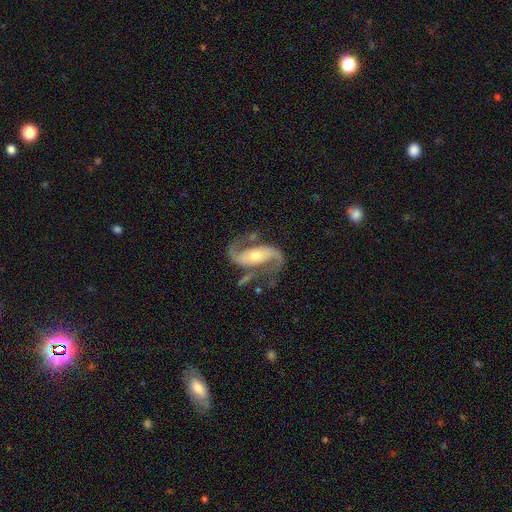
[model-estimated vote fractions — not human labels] Overall: featured or disk (91%). Edge-on disk: no (97%). Bar: no (40%; strong 30%). Spiral arms: yes (97%). Spiral arm count: 2 (94%). Spiral winding: medium (46%; loose 44%). Bulge size: moderate (61%; small 31%). Merging: none (69%).